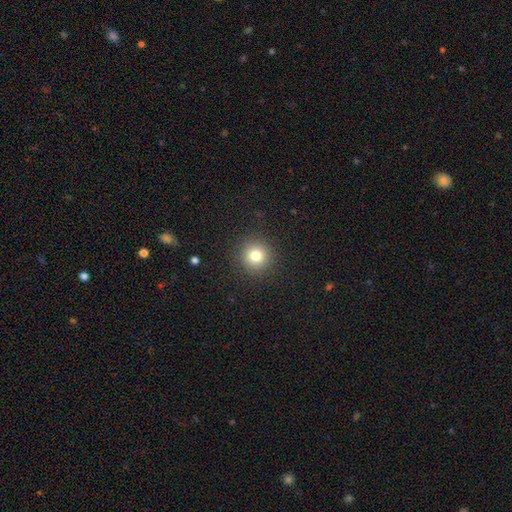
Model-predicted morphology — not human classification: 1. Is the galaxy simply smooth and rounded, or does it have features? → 80% smooth, 13% star or artifact, 7% featured or disk.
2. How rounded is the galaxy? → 94% round, 5% in between, 1% cigar-shaped.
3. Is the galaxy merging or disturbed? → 91% none, 6% minor disturbance, 2% major disturbance, 1% merger.